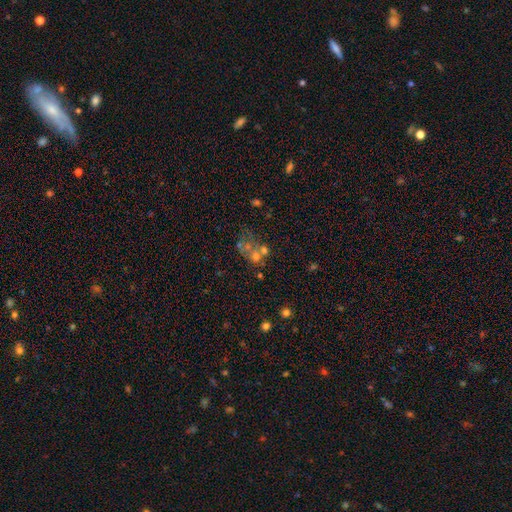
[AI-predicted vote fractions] smooth 41%, featured or disk 33%, star or artifact 26%. Down the decision tree: merging — merger (42%).